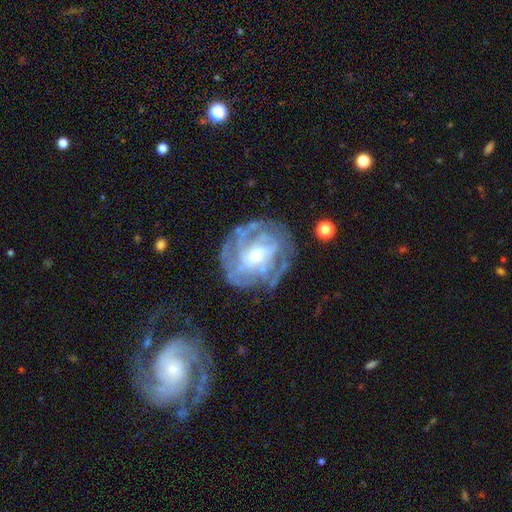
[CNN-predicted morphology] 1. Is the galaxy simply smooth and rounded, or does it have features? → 82% featured or disk, 11% smooth, 7% star or artifact.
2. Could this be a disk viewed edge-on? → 97% no, 3% yes.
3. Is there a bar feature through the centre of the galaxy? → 50% no, 36% weak, 13% strong.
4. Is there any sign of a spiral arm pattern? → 82% yes, 18% no.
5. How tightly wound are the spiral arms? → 57% tight, 31% medium, 12% loose.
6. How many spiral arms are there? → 46% can't tell, 18% 2, 16% 3, 9% 4, 6% 1, 5% more than 4.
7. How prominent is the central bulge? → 57% moderate, 33% small, 7% large, 2% none, 1% dominant.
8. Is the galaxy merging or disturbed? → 67% none, 19% minor disturbance, 12% major disturbance, 2% merger.